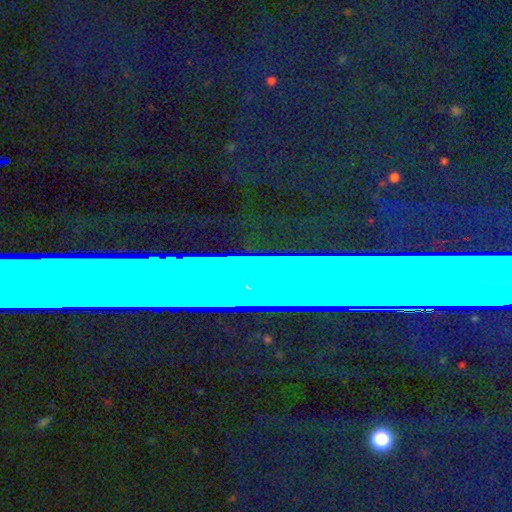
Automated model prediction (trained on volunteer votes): smooth_or_featured: star or artifact (p=0.78) [alt: featured or disk p=0.12]